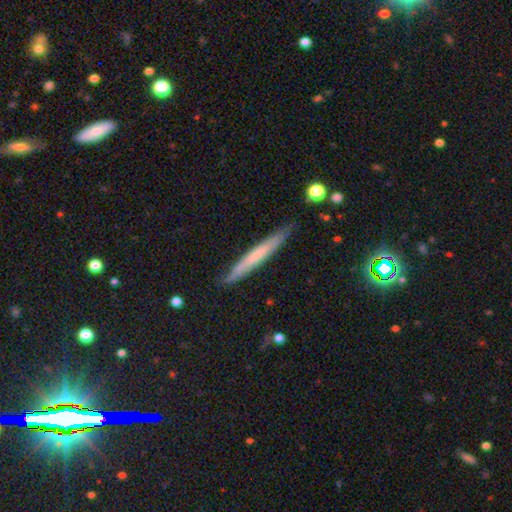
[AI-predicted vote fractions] Smooth or featured? smooth (55%)
How rounded? cigar-shaped (96%)
Merging? none (87%)